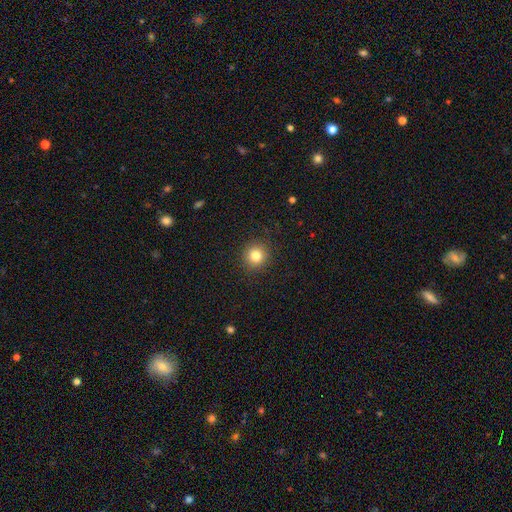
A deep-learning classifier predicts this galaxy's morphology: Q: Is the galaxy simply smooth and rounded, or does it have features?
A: smooth — 81%.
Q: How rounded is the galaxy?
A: round — 93%.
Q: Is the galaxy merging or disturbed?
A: none — 91%.